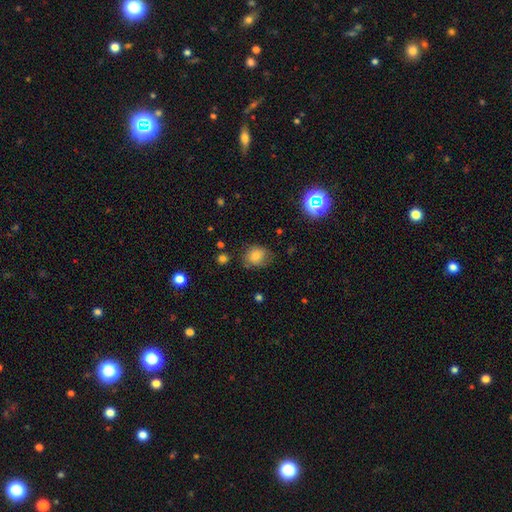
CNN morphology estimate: Smooth or featured? smooth (78%)
How rounded? round (61%)
Merging? none (69%)